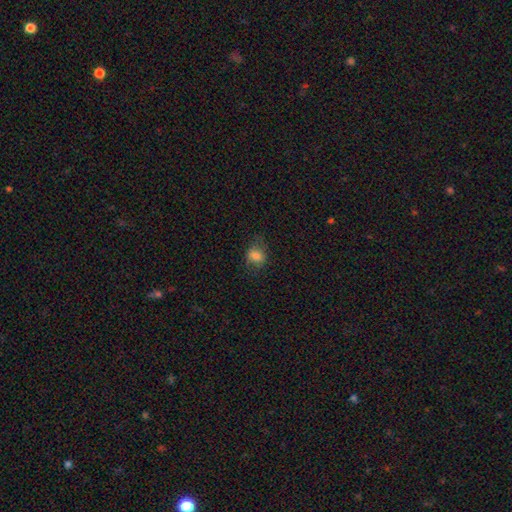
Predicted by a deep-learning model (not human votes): Smooth or featured: smooth — 78% (star or artifact — 11%)
How rounded: round — 56% (in between — 43%)
Merging: none — 69% (minor disturbance — 21%)